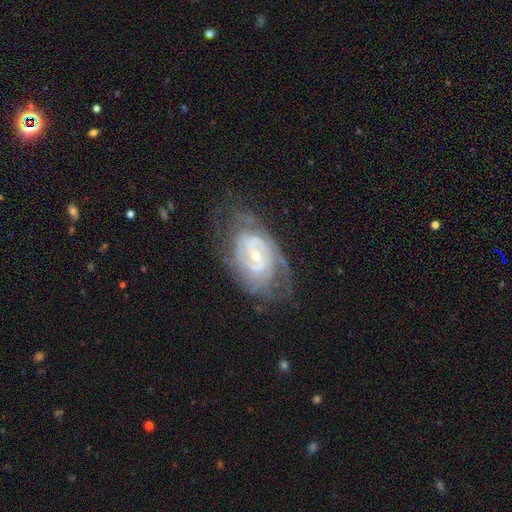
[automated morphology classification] A featured or disk galaxy (87%) with no bar (45%), 2 (40%) tight (63%) spiral arms (92%) and a small central bulge (61%).

Vote fractions:
- Smooth or featured? featured or disk: 87% / smooth: 8% / star or artifact: 6%
- Edge-on disk? no: 96% / yes: 4%
- Bar? no: 45% / weak: 41% / strong: 14%
- Spiral arms? yes: 92% / no: 8%
- Spiral winding? tight: 63% / medium: 30% / loose: 8%
- Spiral arm count? 2: 40% / can't tell: 33% / 3: 12% / 4: 6% / 1: 4% / more than 4: 4%
- Bulge size? small: 61% / moderate: 36% / large: 2% / none: 1% / dominant: 1%
- Merging? none: 63% / minor disturbance: 22% / major disturbance: 14% / merger: 2%